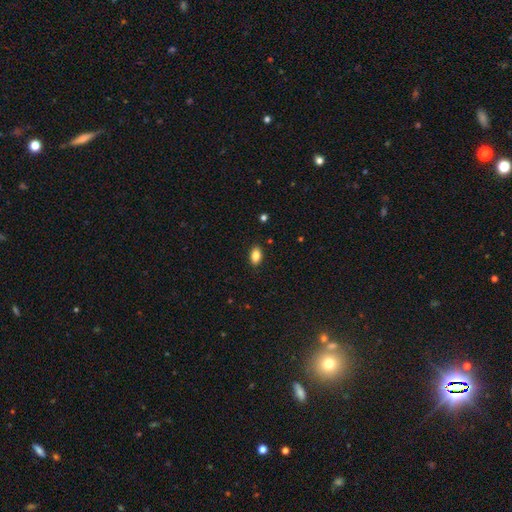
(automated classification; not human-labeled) Smooth or featured?
  - smooth: 83% *
  - featured or disk: 9%
  - star or artifact: 8%
How rounded?
  - in between: 90% *
  - round: 7%
  - cigar-shaped: 3%
Merging?
  - none: 88% *
  - minor disturbance: 9%
  - major disturbance: 2%
  - merger: 1%